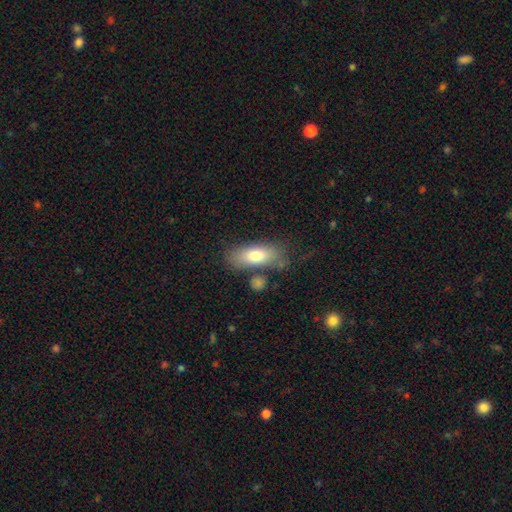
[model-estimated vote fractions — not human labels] A smooth galaxy with no disk features (73%) that is in between round and cigar-shaped (77%). Merging: none (69%).